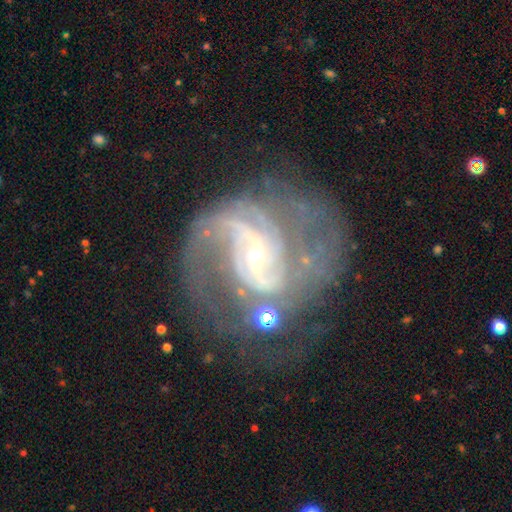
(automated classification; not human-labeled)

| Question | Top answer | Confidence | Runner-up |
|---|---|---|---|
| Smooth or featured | featured or disk | 90% | star or artifact (6%) |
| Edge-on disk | no | 98% | yes (2%) |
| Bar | weak | 46% | strong (31%) |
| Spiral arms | yes | 97% | no (3%) |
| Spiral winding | medium | 51% | tight (27%) |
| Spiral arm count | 2 | 63% | 3 (12%) |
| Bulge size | small | 77% | moderate (19%) |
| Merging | none | 48% | major disturbance (24%) |